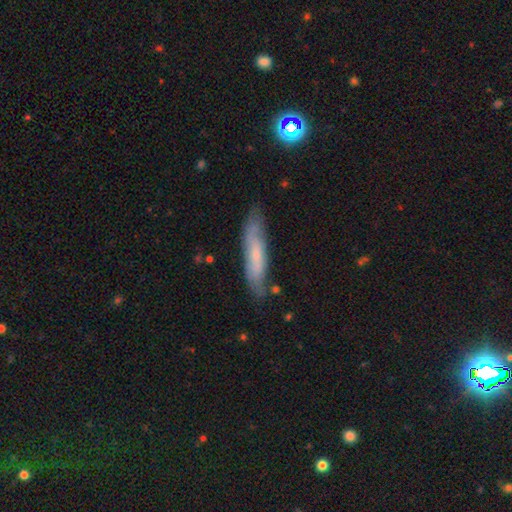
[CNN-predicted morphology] Smooth or featured? smooth (53%)
How rounded? cigar-shaped (84%)
Merging? none (74%)